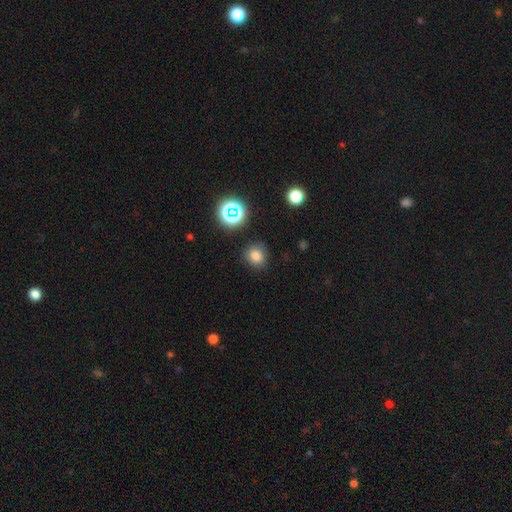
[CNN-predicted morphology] smooth_or_featured: smooth (p=0.77) [alt: star or artifact p=0.17]
how_rounded: round (p=0.83) [alt: in between p=0.16]
merging: none (p=0.84) [alt: minor disturbance p=0.11]